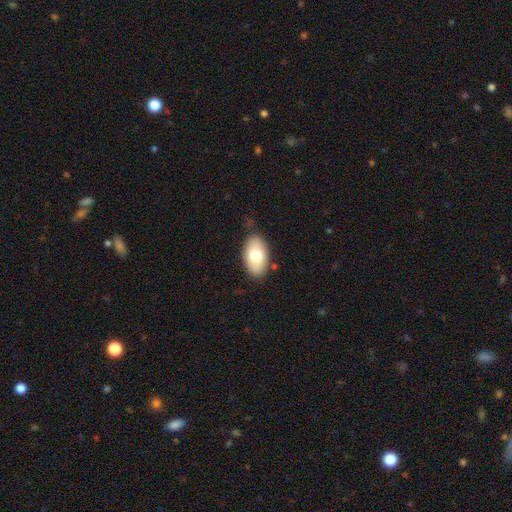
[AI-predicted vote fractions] smooth_or_featured: smooth (p=0.74) [alt: featured or disk p=0.20]
how_rounded: in between (p=0.93) [alt: round p=0.05]
merging: none (p=0.83) [alt: minor disturbance p=0.12]